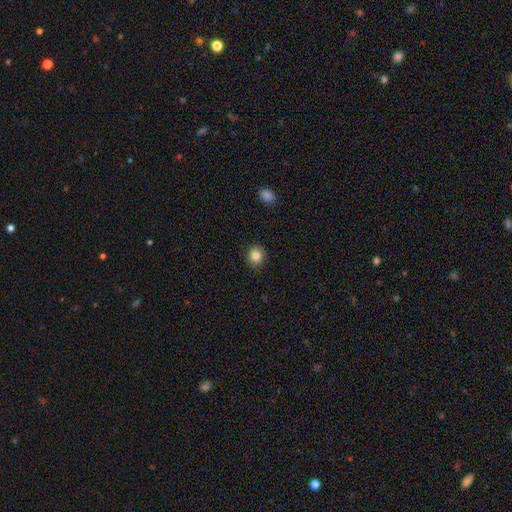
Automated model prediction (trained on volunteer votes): This is clearly a smooth galaxy (84%). How rounded: clearly round (84%). Merging: clearly none (91%).